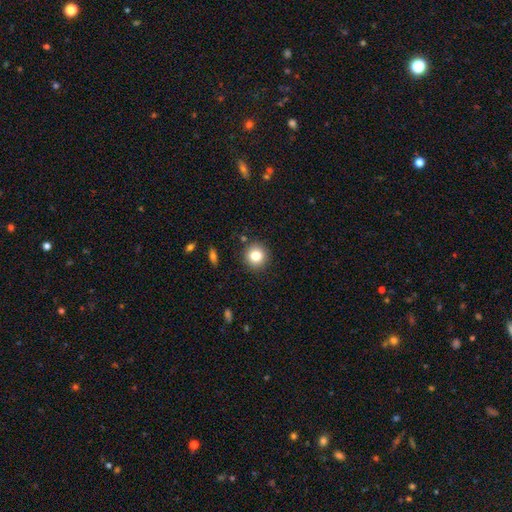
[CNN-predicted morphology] Q: Smooth or featured?
A: smooth (81%); runner-up: star or artifact (11%)
Q: How rounded?
A: round (92%); runner-up: in between (7%)
Q: Merging?
A: none (89%); runner-up: minor disturbance (7%)